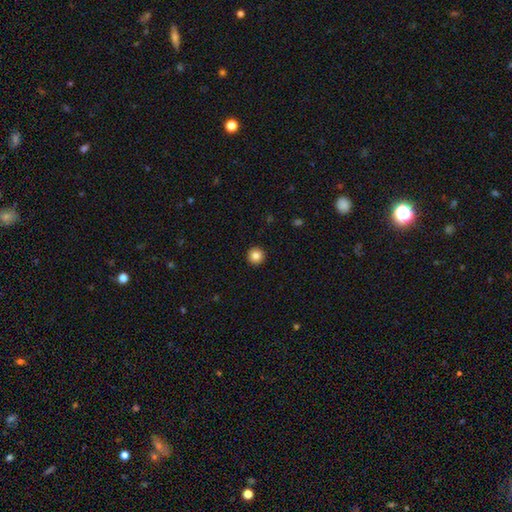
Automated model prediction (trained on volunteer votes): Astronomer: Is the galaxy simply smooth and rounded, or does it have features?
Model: smooth — 85%.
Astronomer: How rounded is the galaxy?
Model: round — 96%.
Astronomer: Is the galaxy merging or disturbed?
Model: none — 94%.